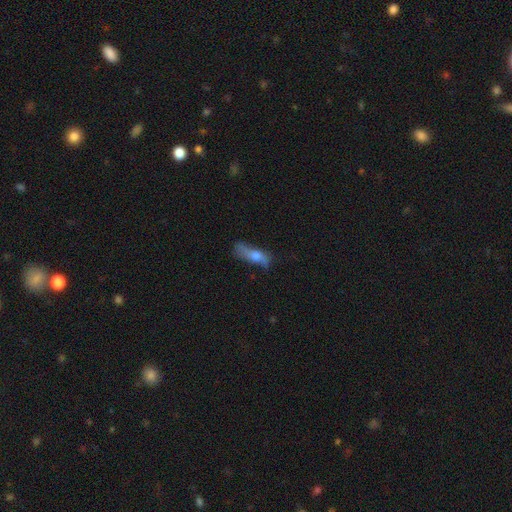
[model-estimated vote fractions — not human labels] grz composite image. It shows a smooth galaxy with no disk features (53%) that is in between round and cigar-shaped (49%). Merging: none (46%).